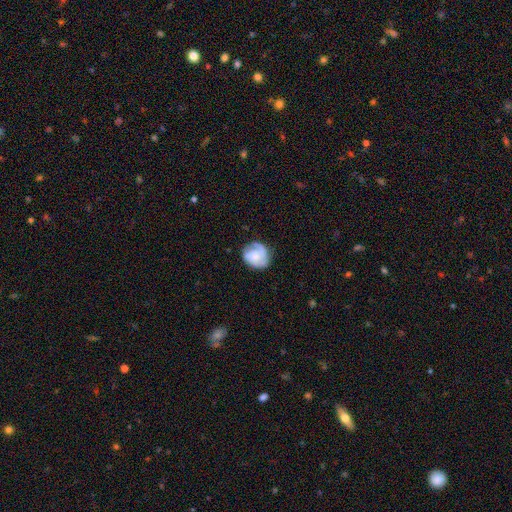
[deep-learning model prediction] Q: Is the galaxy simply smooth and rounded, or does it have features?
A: featured or disk — 49%.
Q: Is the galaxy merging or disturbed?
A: none — 65%.